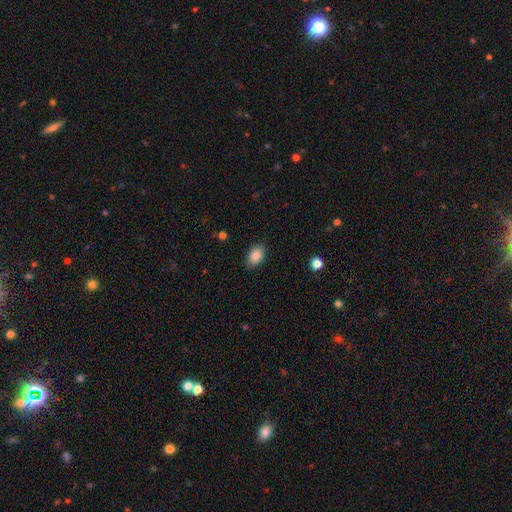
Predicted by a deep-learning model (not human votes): The model was most divided on "merging": none: 83%, minor disturbance: 13%, major disturbance: 3%, merger: 1%. More confident: smooth or featured — smooth (88%); how rounded — in between (85%).